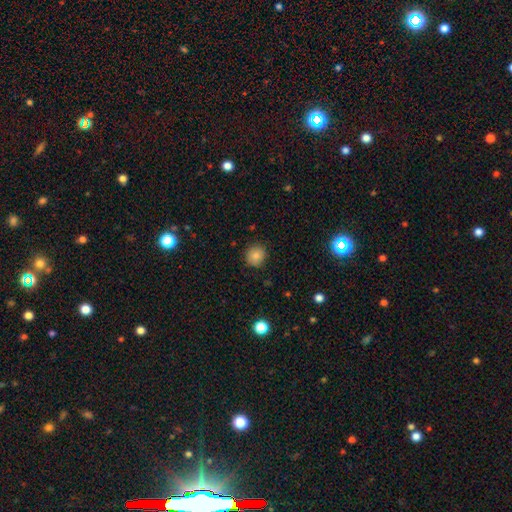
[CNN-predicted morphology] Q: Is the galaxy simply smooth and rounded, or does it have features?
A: smooth — 84%.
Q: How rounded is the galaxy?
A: round — 89%.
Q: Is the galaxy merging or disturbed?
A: none — 87%.